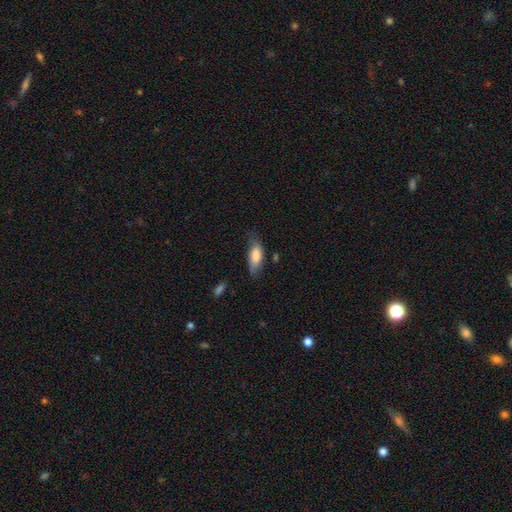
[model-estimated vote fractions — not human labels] Morphology: type=smooth (78%); roundness=in between (78%); merging=none (54%).